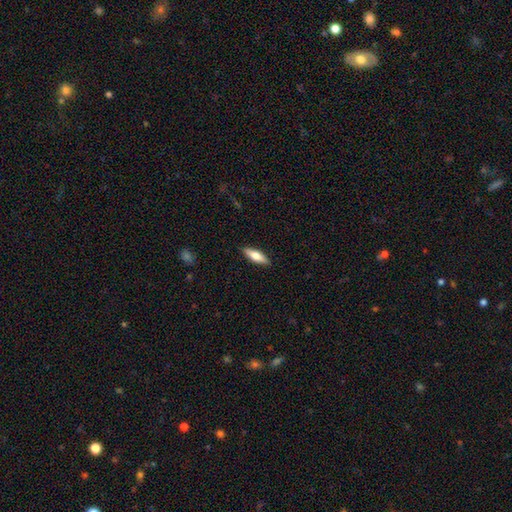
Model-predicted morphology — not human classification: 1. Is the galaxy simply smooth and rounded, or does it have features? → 64% smooth, 30% featured or disk, 6% star or artifact.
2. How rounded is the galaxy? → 51% cigar-shaped, 47% in between, 2% round.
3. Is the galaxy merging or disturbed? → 90% none, 8% minor disturbance, 2% major disturbance, 1% merger.